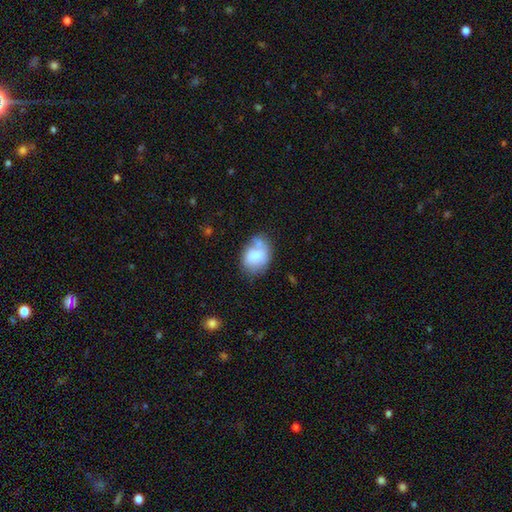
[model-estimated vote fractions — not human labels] This is likely a smooth galaxy (74%). How rounded: likely in between (69%). Merging: marginally none (42%).